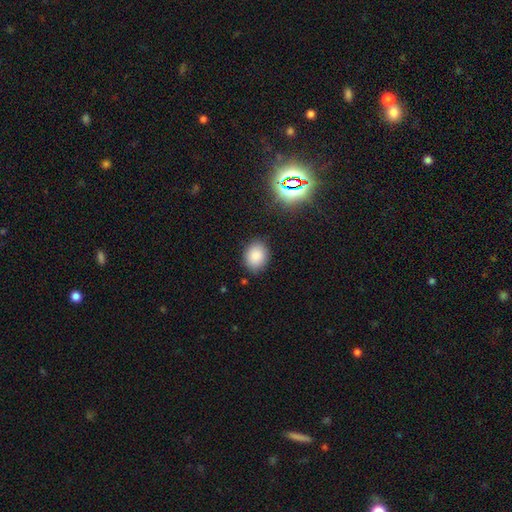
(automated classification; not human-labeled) This is clearly a smooth galaxy (84%). How rounded: possibly round (50%). Merging: clearly none (85%).